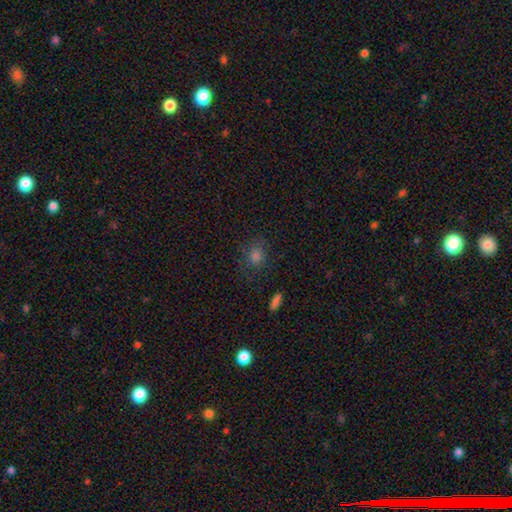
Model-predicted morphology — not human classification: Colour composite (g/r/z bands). It shows a smooth galaxy with no disk features (68%) that is round (70%). Merging: none (76%).